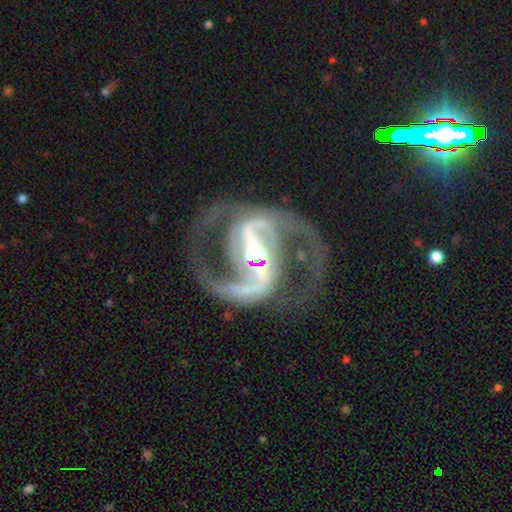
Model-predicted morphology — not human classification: A featured or disk galaxy (92%) with a strong bar (70%), 2 (91%) medium (60%) spiral arms (97%) and a moderate central bulge (60%).

Vote fractions:
- Smooth or featured? featured or disk: 92% / star or artifact: 5% / smooth: 3%
- Edge-on disk? no: 97% / yes: 3%
- Bar? strong: 70% / weak: 20% / no: 10%
- Spiral arms? yes: 97% / no: 3%
- Spiral winding? medium: 60% / loose: 26% / tight: 15%
- Spiral arm count? 2: 91% / 3: 2% / can't tell: 2% / 1: 2% / 4: 1% / more than 4: 1%
- Bulge size? moderate: 60% / small: 23% / large: 14% / none: 2% / dominant: 2%
- Merging? none: 67% / major disturbance: 16% / minor disturbance: 13% / merger: 4%